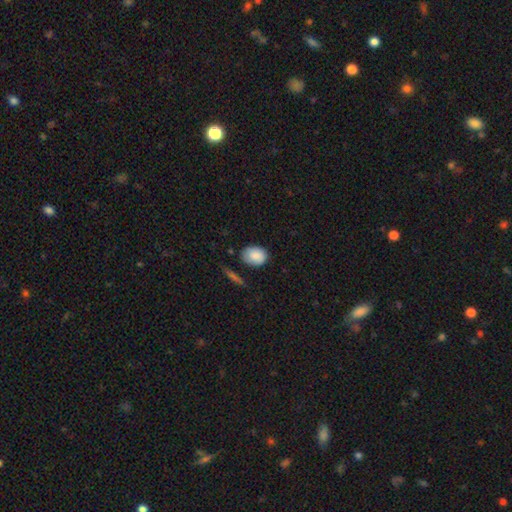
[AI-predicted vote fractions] Smooth or featured? smooth (86%)
How rounded? in between (66%)
Merging? none (69%)